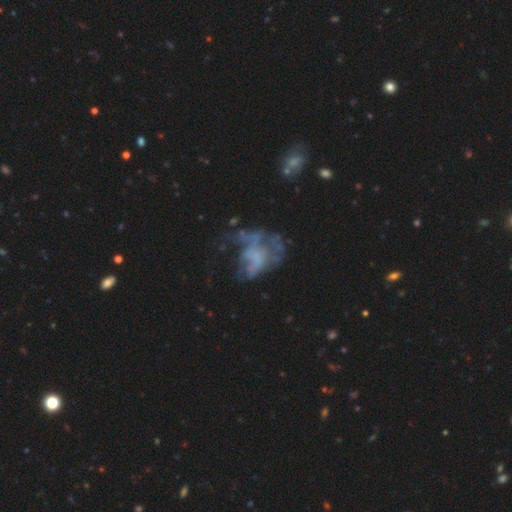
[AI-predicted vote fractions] Smooth or featured: featured or disk — 61% (smooth — 23%)
Edge-on disk: no — 98% (yes — 2%)
Bar: no — 86% (weak — 11%)
Spiral arms: no — 76% (yes — 24%)
Bulge size: none — 75% (small — 10%)
Merging: major disturbance — 47% (none — 29%)